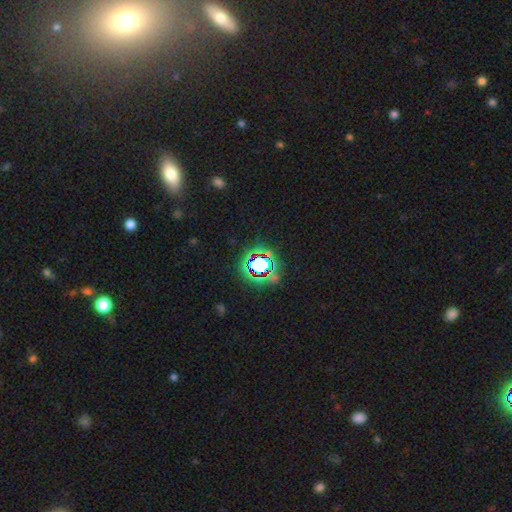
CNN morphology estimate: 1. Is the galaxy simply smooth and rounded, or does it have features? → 67% star or artifact, 22% smooth, 11% featured or disk.